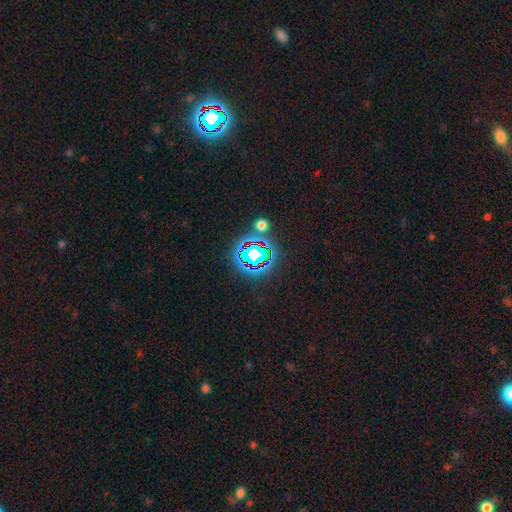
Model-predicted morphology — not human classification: smooth-or-featured: star or artifact: 79% | smooth: 13% | featured or disk: 8%